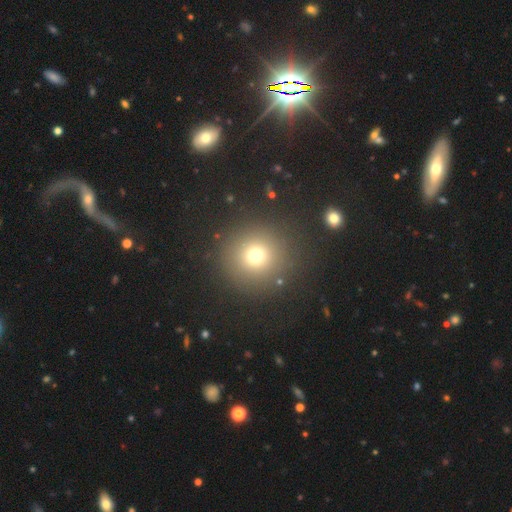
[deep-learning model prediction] Overall: smooth (71%). How rounded: round (94%). Merging: none (87%).